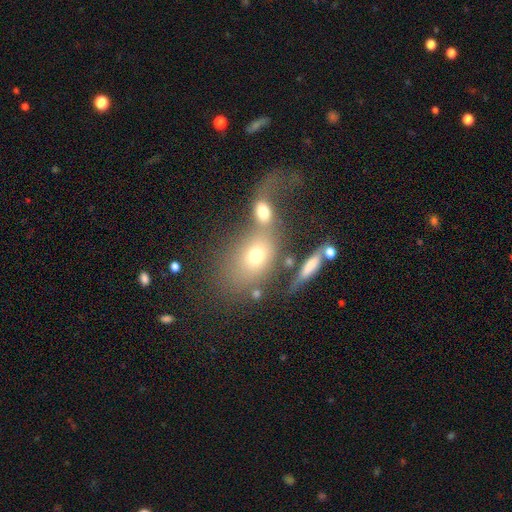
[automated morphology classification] Smooth or featured? smooth (63%)
How rounded? in between (66%)
Merging? merger (51%)